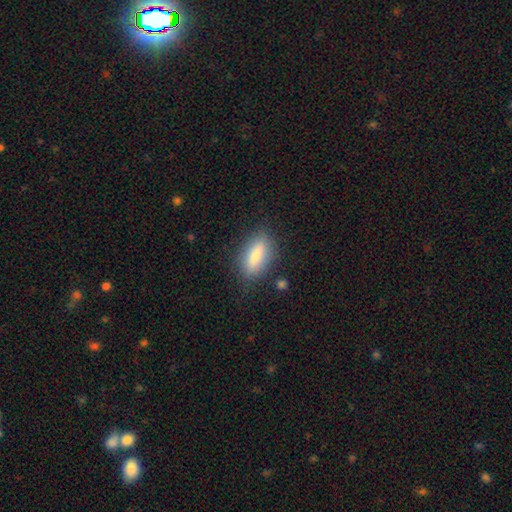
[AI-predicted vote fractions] Smooth or featured?
  - smooth: 75% *
  - featured or disk: 18%
  - star or artifact: 7%
How rounded?
  - in between: 68% *
  - cigar-shaped: 29%
  - round: 4%
Merging?
  - none: 81% *
  - minor disturbance: 14%
  - major disturbance: 4%
  - merger: 2%